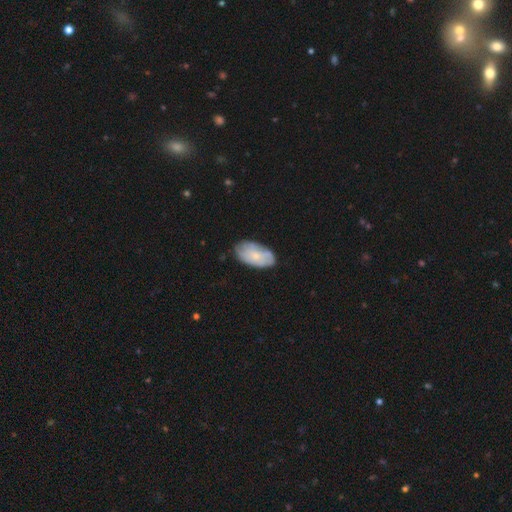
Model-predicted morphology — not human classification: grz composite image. It shows a smooth galaxy with no disk features (62%) that is in between round and cigar-shaped (94%). Merging: none (70%).